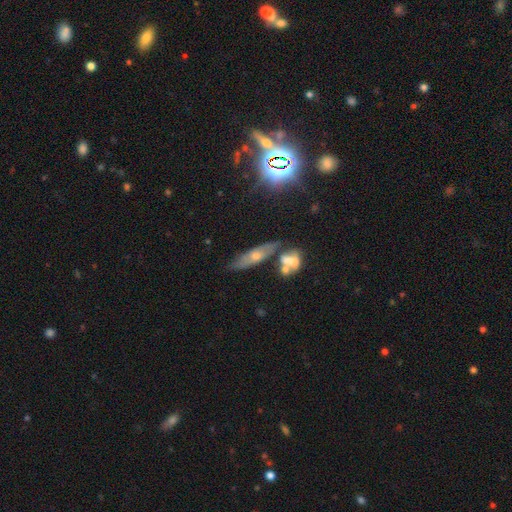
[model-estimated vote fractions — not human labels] featured or disk 43%, smooth 39%, star or artifact 17%. Down the decision tree: merging — none (60%).